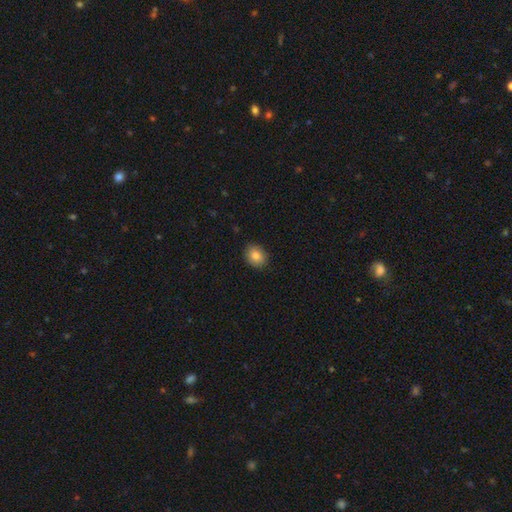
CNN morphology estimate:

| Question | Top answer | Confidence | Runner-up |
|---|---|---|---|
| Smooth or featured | smooth | 85% | star or artifact (9%) |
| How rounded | in between | 50% | round (49%) |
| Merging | none | 89% | minor disturbance (8%) |